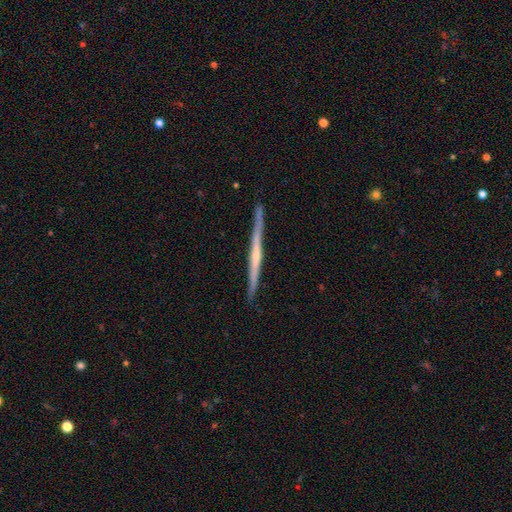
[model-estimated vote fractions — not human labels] The model was most divided on "edge-on bulge": none: 51%, rounded: 40%, boxy: 9%. More confident: edge-on disk — yes (98%); merging — none (90%); smooth or featured — featured or disk (74%).